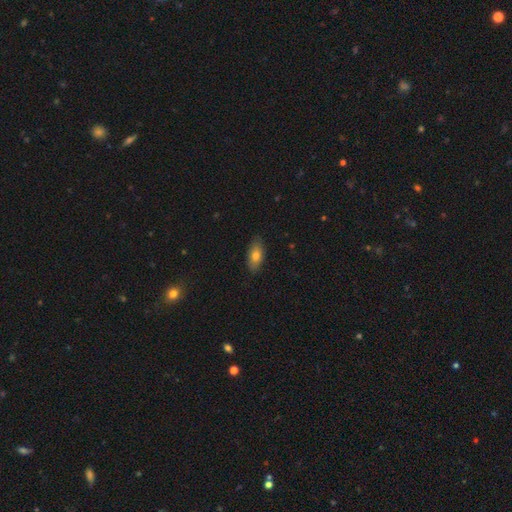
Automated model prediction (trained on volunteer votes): Overall: smooth (75%). How rounded: in between (86%). Merging: none (86%).